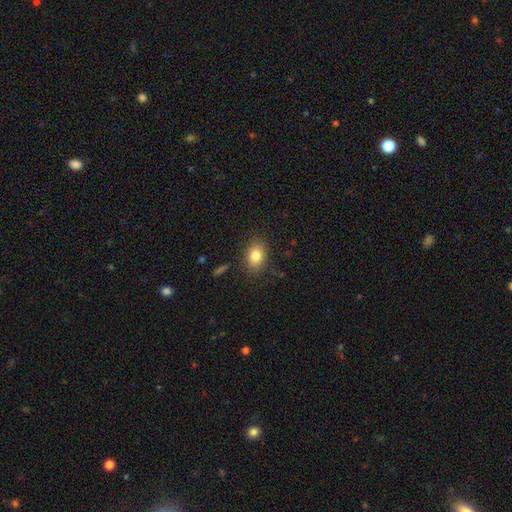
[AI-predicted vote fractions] Smooth or featured? smooth (82%)
How rounded? in between (72%)
Merging? none (83%)